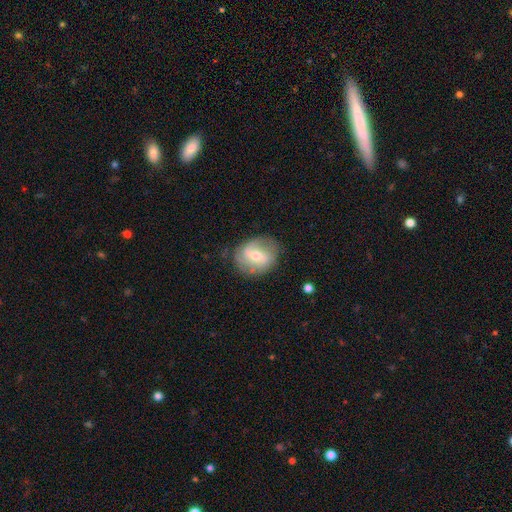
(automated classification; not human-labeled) Overall: featured or disk (60%; smooth 33%). Edge-on disk: no (96%). Bar: weak (50%; no 29%). Spiral arms: yes (79%). Bulge size: moderate (62%; small 32%). Merging: none (70%).